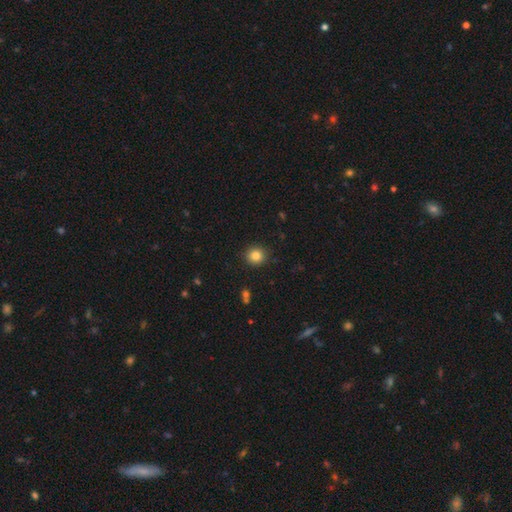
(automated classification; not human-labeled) Q: Smooth or featured?
A: smooth (85%); runner-up: star or artifact (10%)
Q: How rounded?
A: round (91%); runner-up: in between (8%)
Q: Merging?
A: none (91%); runner-up: minor disturbance (6%)